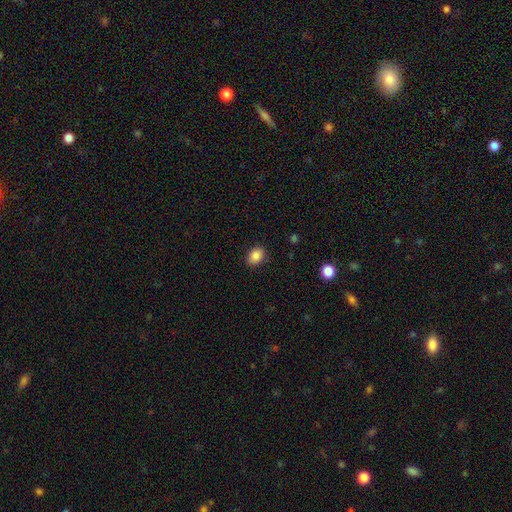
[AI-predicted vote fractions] The model was most divided on "how rounded": in between: 72%, round: 27%, cigar-shaped: 1%. More confident: merging — none (87%); smooth or featured — smooth (87%).